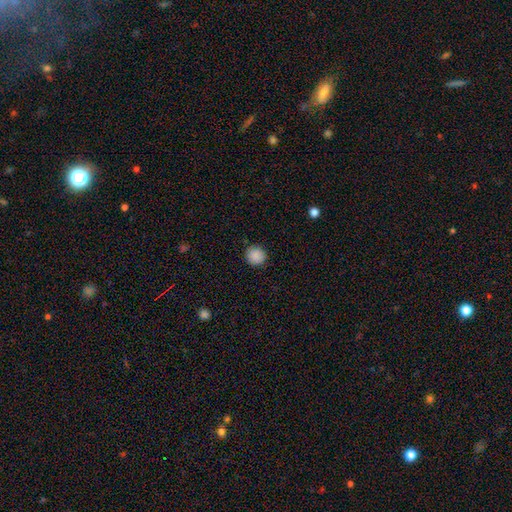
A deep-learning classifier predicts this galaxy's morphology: This is clearly a smooth galaxy (89%). How rounded: clearly round (93%). Merging: clearly none (90%).